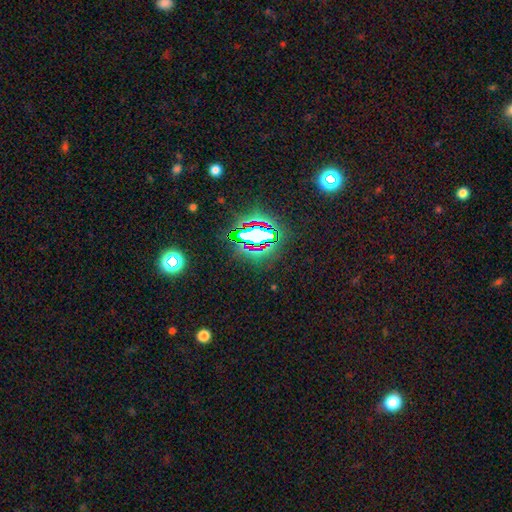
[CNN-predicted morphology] A star or artifact, not a galaxy (77%).